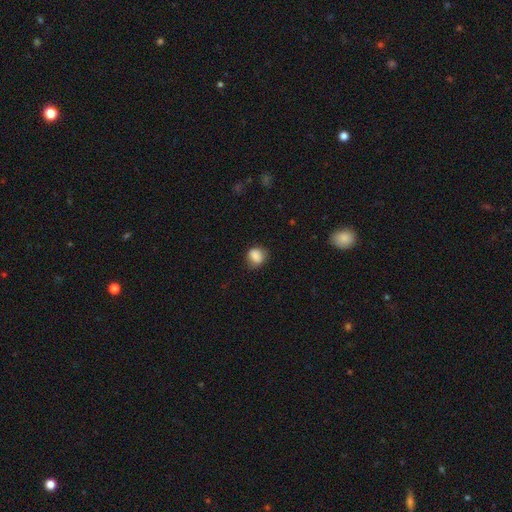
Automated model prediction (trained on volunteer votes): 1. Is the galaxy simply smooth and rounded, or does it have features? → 85% smooth, 9% star or artifact, 6% featured or disk.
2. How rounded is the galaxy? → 68% round, 31% in between, 1% cigar-shaped.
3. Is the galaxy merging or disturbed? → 68% none, 24% minor disturbance, 7% major disturbance, 1% merger.